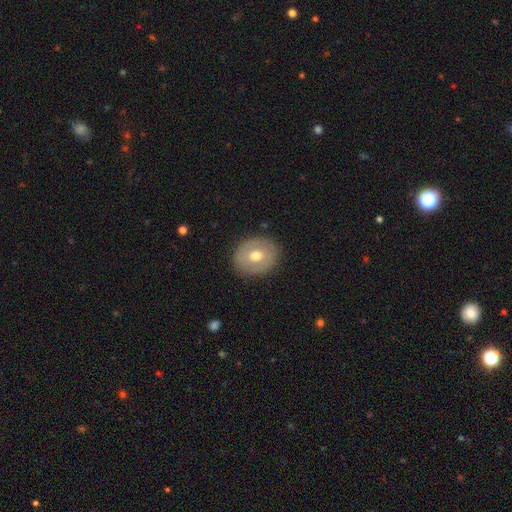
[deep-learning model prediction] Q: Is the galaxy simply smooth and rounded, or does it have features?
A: smooth — 56%.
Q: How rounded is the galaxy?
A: round — 66%.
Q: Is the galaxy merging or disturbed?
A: none — 87%.